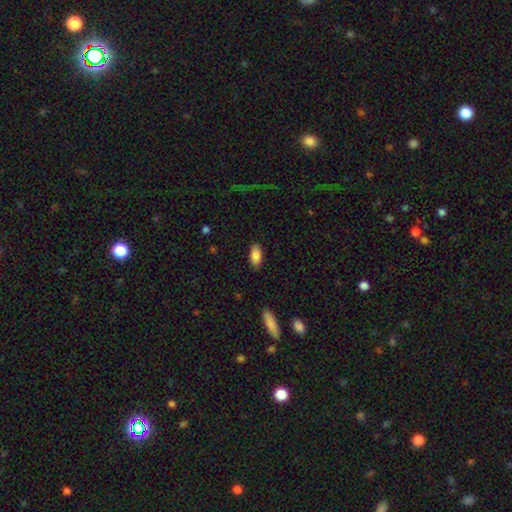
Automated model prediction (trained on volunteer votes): Smooth or featured? smooth (86%)
How rounded? in between (91%)
Merging? none (86%)